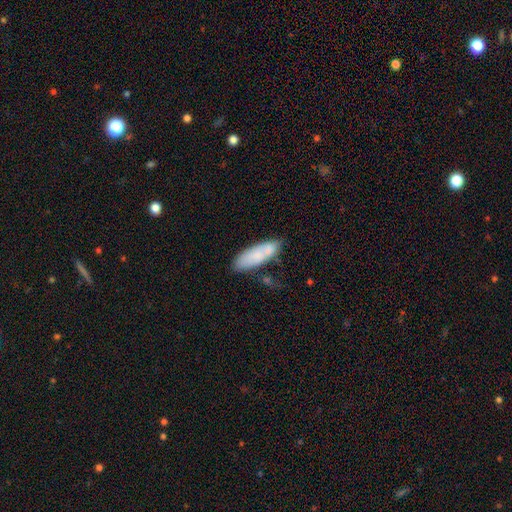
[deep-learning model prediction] The model was most divided on "how rounded": in between: 63%, cigar-shaped: 35%, round: 2%. More confident: smooth or featured — smooth (76%); merging — none (61%).